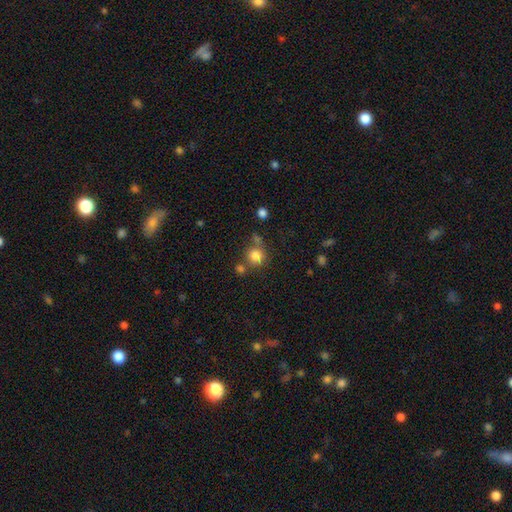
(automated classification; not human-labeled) Smooth or featured?
  - smooth: 81% *
  - star or artifact: 12%
  - featured or disk: 7%
How rounded?
  - round: 87% *
  - in between: 12%
  - cigar-shaped: 1%
Merging?
  - none: 62% *
  - merger: 20%
  - minor disturbance: 12%
  - major disturbance: 5%